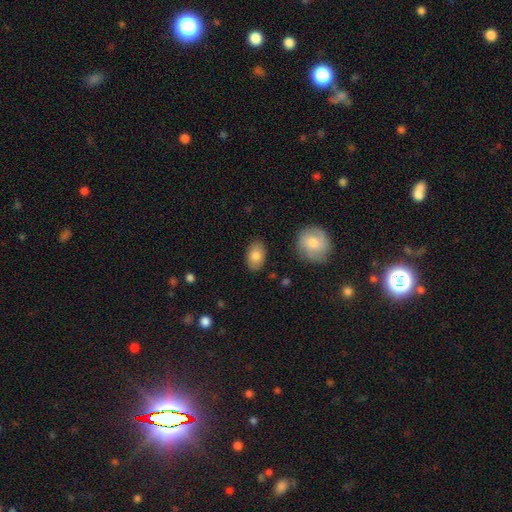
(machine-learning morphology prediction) Smooth or featured: smooth — 82% (featured or disk — 11%)
How rounded: in between — 88% (round — 11%)
Merging: none — 86% (minor disturbance — 10%)